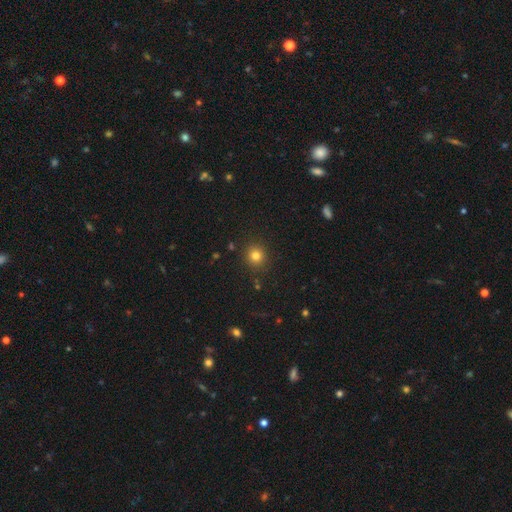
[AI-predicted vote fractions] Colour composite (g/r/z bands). It shows a smooth galaxy with no disk features (80%) that is round (91%). Merging: none (89%).